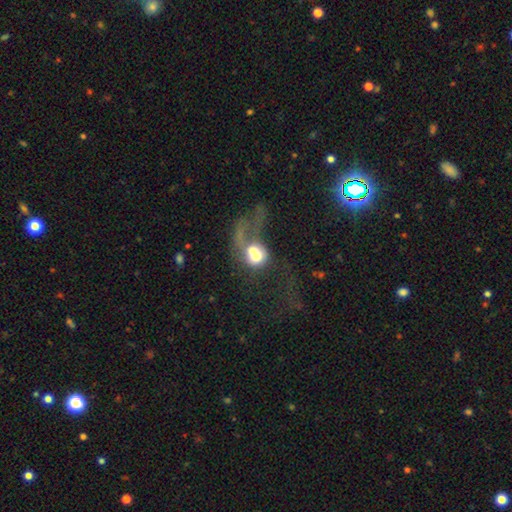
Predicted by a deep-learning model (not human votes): Morphology: type=smooth (52%); roundness=round (54%); merging=merger (41%).